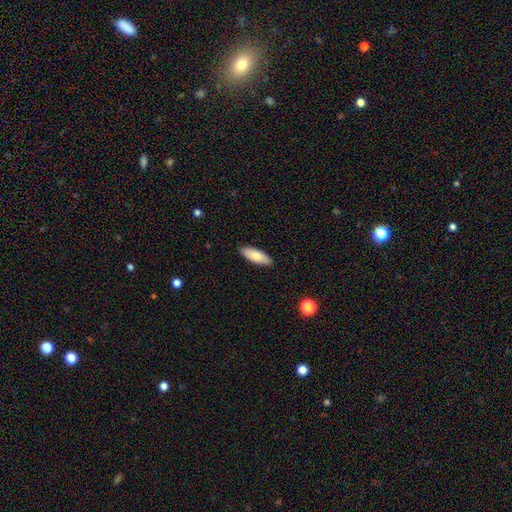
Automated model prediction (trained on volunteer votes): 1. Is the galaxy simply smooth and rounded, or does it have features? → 79% smooth, 15% featured or disk, 6% star or artifact.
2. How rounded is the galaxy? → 67% in between, 31% cigar-shaped, 2% round.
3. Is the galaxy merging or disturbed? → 89% none, 9% minor disturbance, 2% major disturbance, 1% merger.